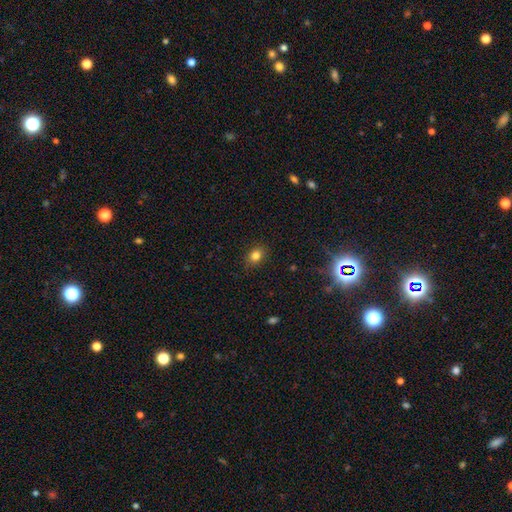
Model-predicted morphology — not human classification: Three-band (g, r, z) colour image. It shows a smooth galaxy with no disk features (81%) that is in between round and cigar-shaped (53%). Merging: none (87%).